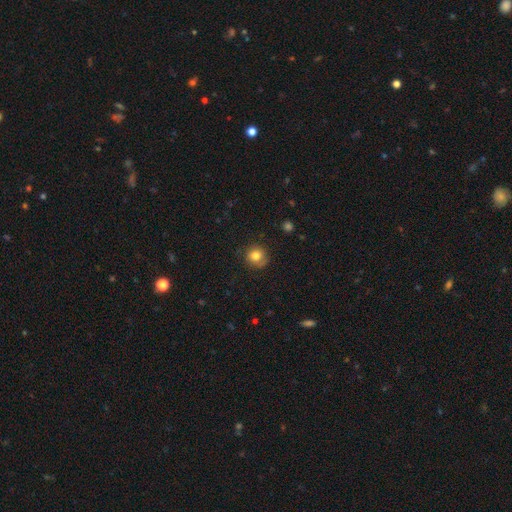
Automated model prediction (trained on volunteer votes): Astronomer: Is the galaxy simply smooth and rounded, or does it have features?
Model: smooth — 79%.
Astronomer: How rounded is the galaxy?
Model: round — 88%.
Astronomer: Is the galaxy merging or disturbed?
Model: none — 75%.